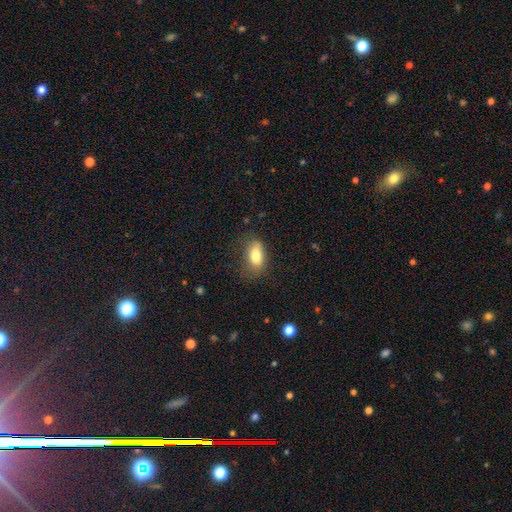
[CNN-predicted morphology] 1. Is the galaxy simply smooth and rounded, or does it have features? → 79% smooth, 13% featured or disk, 8% star or artifact.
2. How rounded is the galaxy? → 89% in between, 6% round, 5% cigar-shaped.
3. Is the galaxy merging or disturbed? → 68% none, 22% minor disturbance, 9% major disturbance, 1% merger.